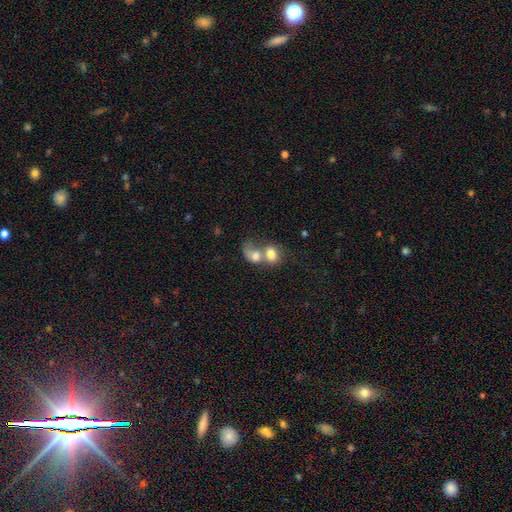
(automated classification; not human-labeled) A smooth galaxy with no disk features (53%) that is round (57%). Merging: merger (74%).